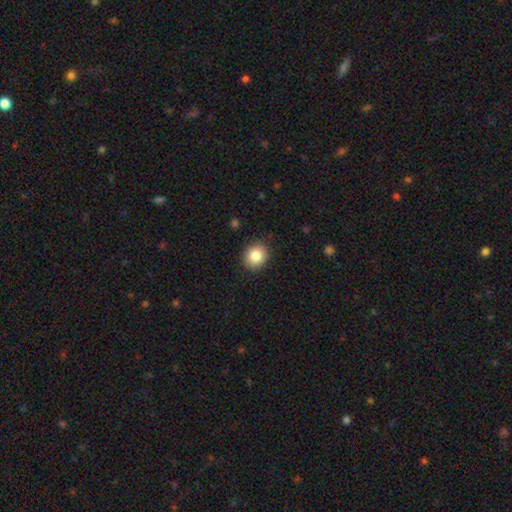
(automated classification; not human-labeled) The model was most divided on "how rounded": round: 75%, in between: 24%, cigar-shaped: 1%. More confident: merging — none (89%); smooth or featured — smooth (85%).